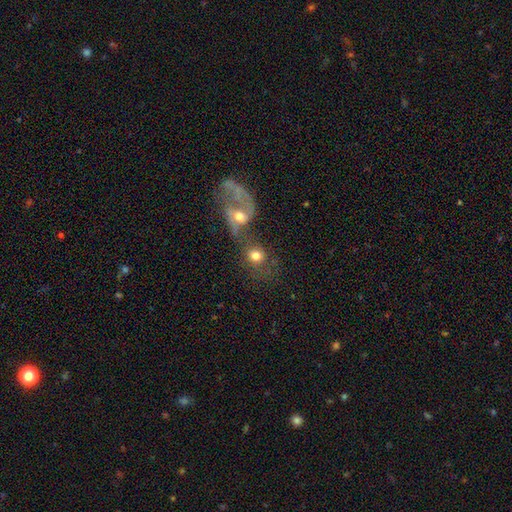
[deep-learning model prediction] Smooth or featured? smooth (68%)
How rounded? round (74%)
Merging? merger (54%)